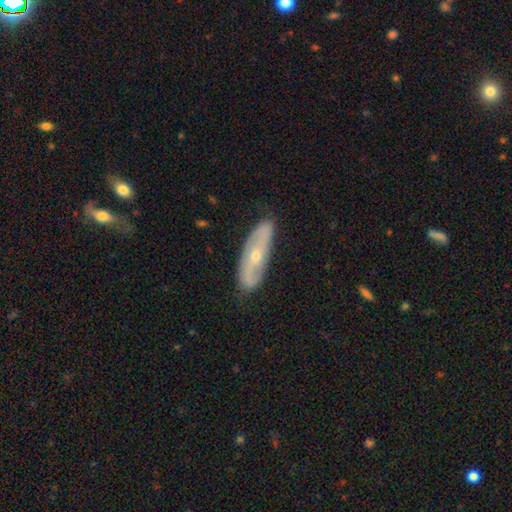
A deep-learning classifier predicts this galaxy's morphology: Smooth or featured? featured or disk (66%)
Edge-on disk? no (73%)
Merging? none (81%)